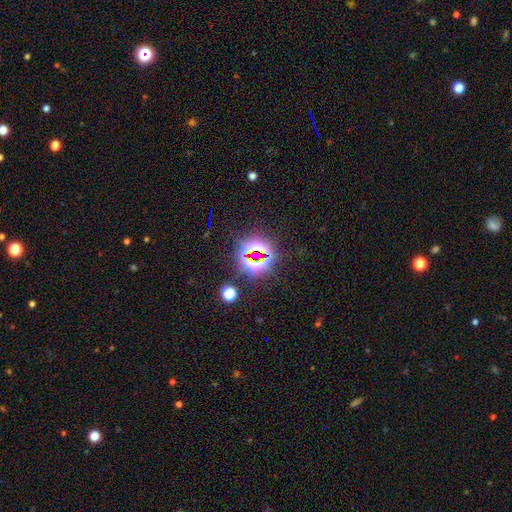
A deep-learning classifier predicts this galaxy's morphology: smooth_or_featured: star or artifact (p=0.77) [alt: smooth p=0.14]